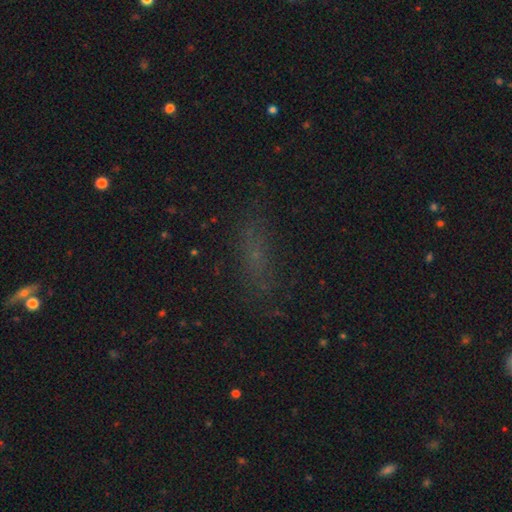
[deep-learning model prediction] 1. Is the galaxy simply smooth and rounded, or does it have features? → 53% smooth, 27% star or artifact, 19% featured or disk.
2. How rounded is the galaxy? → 53% cigar-shaped, 42% in between, 5% round.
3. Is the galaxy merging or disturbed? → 71% none, 18% minor disturbance, 9% major disturbance, 2% merger.